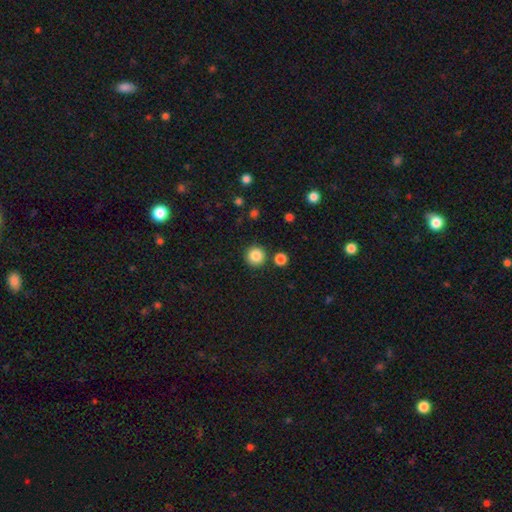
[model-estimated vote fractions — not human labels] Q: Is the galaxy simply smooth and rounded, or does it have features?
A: smooth — 86%.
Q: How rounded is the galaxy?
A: round — 95%.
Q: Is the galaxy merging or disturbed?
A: none — 89%.